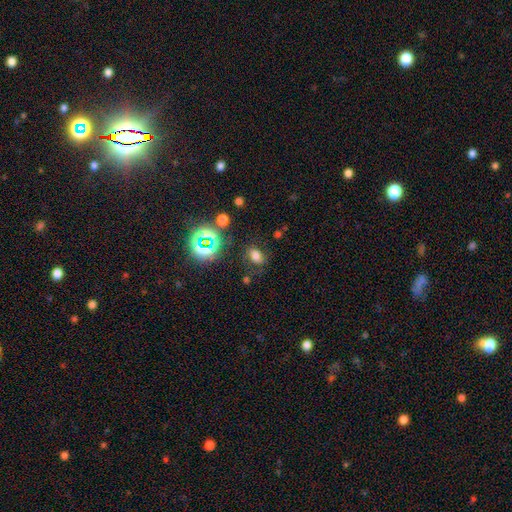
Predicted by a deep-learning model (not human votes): A smooth galaxy with no disk features (64%) that is in between round and cigar-shaped (74%).

Vote fractions:
- Smooth or featured? smooth: 64% / star or artifact: 25% / featured or disk: 11%
- How rounded? in between: 74% / round: 25% / cigar-shaped: 2%
- Merging? none: 73% / minor disturbance: 17% / major disturbance: 7% / merger: 3%